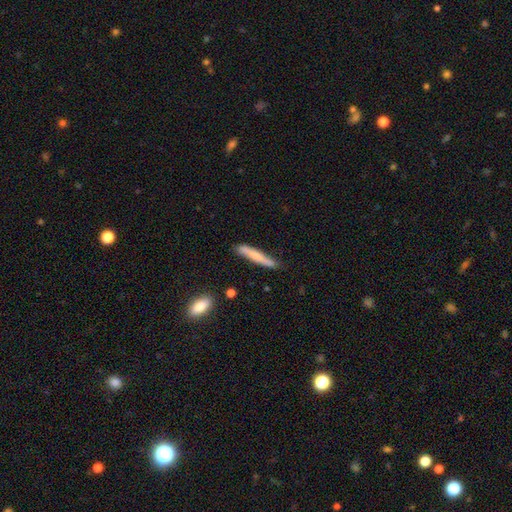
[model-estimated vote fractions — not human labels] This is likely a smooth galaxy (65%). How rounded: clearly cigar-shaped (94%). Merging: likely none (76%).